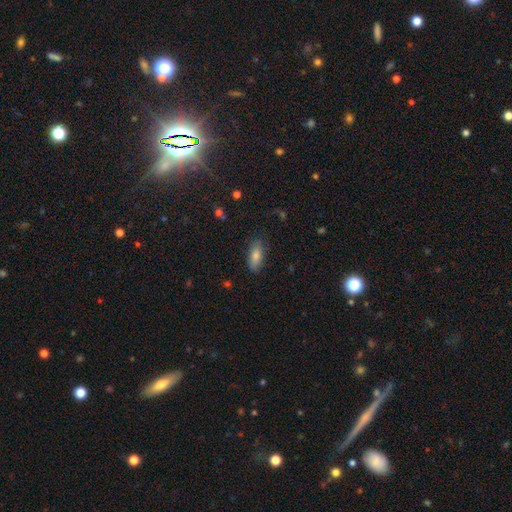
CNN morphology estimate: Smooth or featured? smooth (73%)
How rounded? in between (76%)
Merging? none (79%)